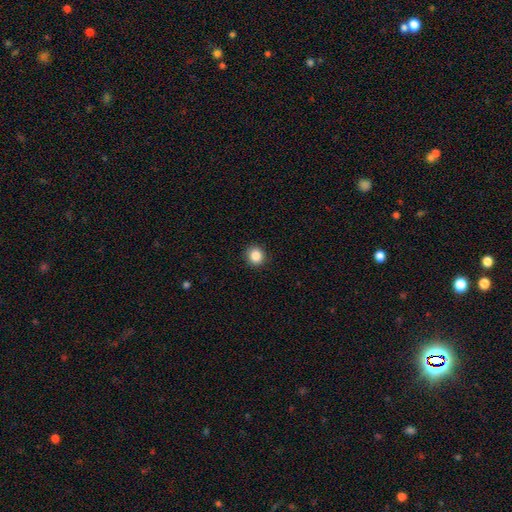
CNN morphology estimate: A smooth galaxy with no disk features (85%) that is round (92%). Merging: none (92%).